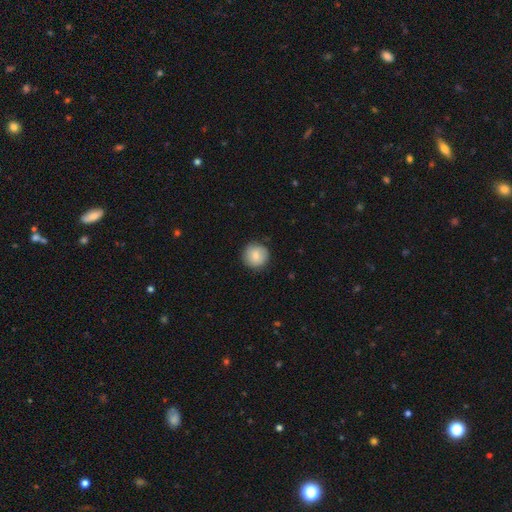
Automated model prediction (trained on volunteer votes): This appears to be a smooth galaxy with no disk features (79%) that is round (95%). Merging: none (87%).